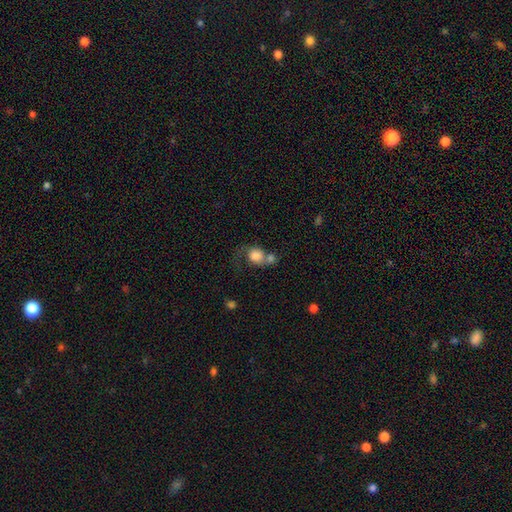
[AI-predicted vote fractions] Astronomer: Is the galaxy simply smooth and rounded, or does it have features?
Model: smooth — 72%.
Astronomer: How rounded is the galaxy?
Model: round — 73%.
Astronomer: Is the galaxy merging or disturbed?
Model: merger — 51%.